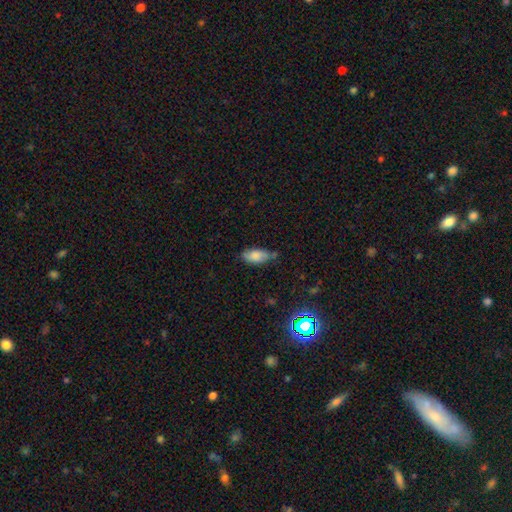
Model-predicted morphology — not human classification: Overall: smooth (80%). How rounded: in between (88%). Merging: none (61%; minor disturbance 30%).